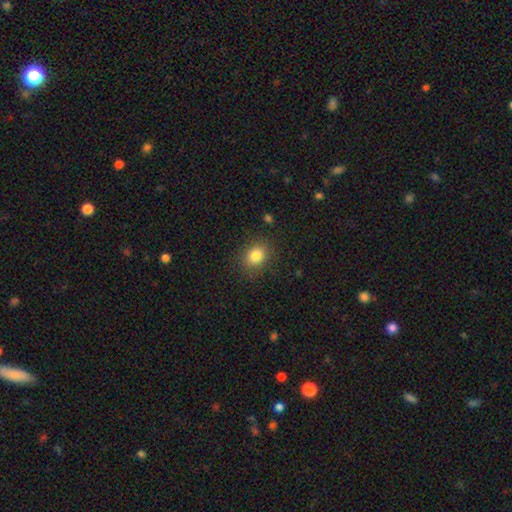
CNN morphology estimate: smooth_or_featured: smooth (p=0.83) [alt: star or artifact p=0.11]
how_rounded: round (p=0.53) [alt: in between p=0.46]
merging: none (p=0.85) [alt: minor disturbance p=0.10]